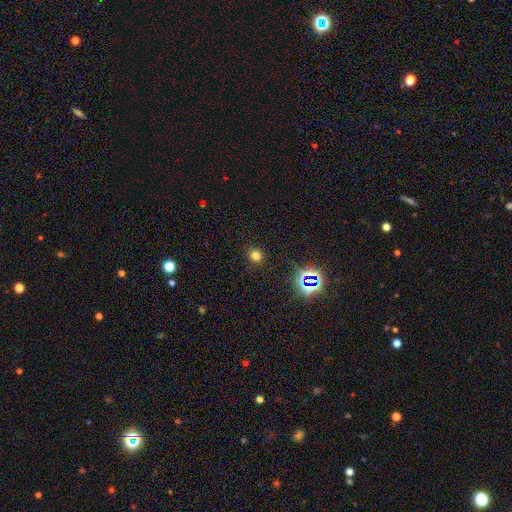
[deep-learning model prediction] smooth 72%, star or artifact 22%, featured or disk 6%. Down the decision tree: how rounded — round (81%); merging — none (89%).